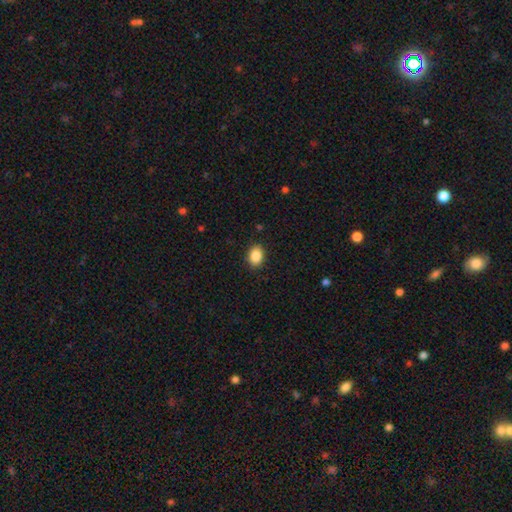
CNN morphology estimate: The model was most divided on "how rounded": in between: 77%, round: 22%, cigar-shaped: 1%. More confident: merging — none (89%); smooth or featured — smooth (88%).